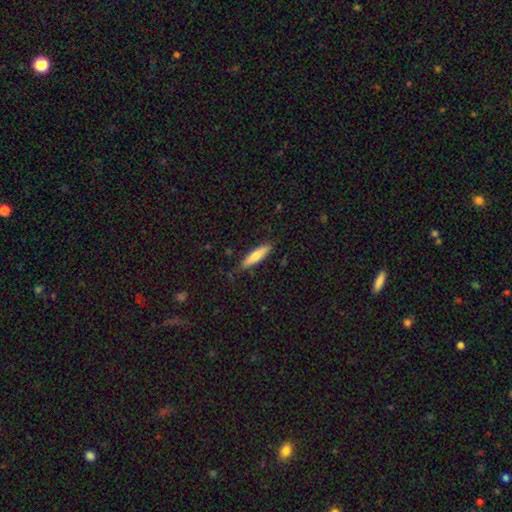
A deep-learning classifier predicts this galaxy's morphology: smooth-or-featured: smooth: 70% | featured or disk: 24% | star or artifact: 6%
  how-rounded: cigar-shaped: 78% | in between: 21% | round: 1%
  merging: none: 83% | minor disturbance: 13% | major disturbance: 2% | merger: 1%